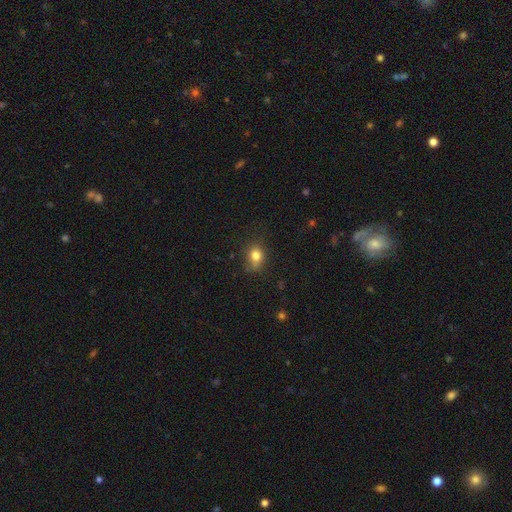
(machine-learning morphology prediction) Smooth or featured? Predicted: smooth (p=0.81). How rounded? Predicted: round (p=0.53). Merging? Predicted: none (p=0.67).